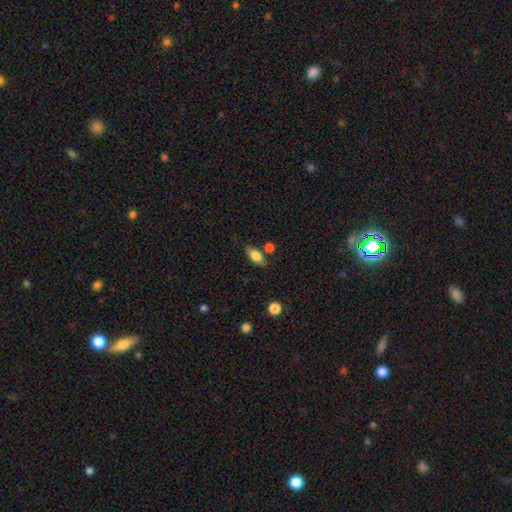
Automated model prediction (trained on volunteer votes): smooth-or-featured: smooth: 78% | featured or disk: 14% | star or artifact: 8%
  how-rounded: in between: 87% | cigar-shaped: 8% | round: 6%
  merging: none: 75% | minor disturbance: 14% | merger: 7% | major disturbance: 3%